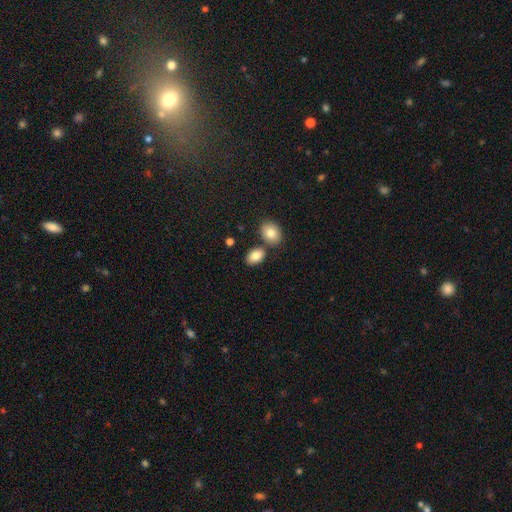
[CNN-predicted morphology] Q: Smooth or featured?
A: smooth (82%); runner-up: featured or disk (10%)
Q: How rounded?
A: in between (86%); runner-up: round (12%)
Q: Merging?
A: none (67%); runner-up: merger (19%)